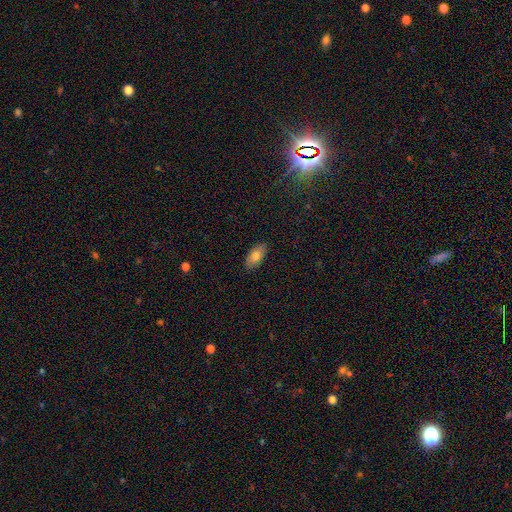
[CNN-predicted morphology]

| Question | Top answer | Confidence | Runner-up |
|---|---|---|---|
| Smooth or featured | smooth | 79% | featured or disk (13%) |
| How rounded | in between | 91% | cigar-shaped (6%) |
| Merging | none | 88% | minor disturbance (9%) |